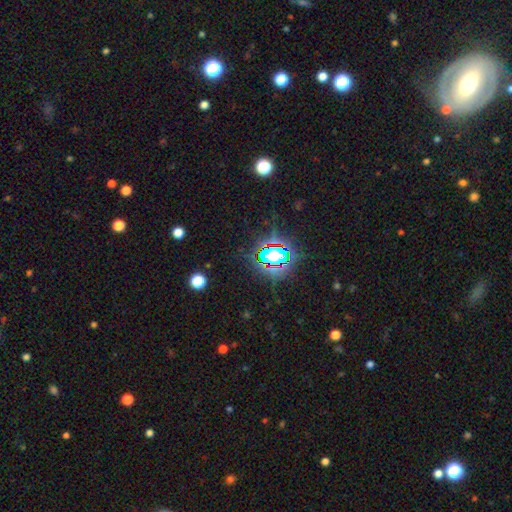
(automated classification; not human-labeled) star or artifact 78%, smooth 13%, featured or disk 8%.